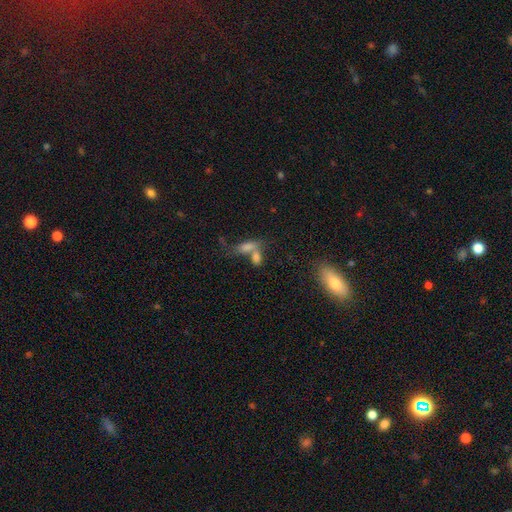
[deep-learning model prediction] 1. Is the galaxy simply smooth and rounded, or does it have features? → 66% smooth, 18% featured or disk, 16% star or artifact.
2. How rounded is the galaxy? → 63% in between, 26% cigar-shaped, 11% round.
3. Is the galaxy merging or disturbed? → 45% merger, 37% none, 11% minor disturbance, 7% major disturbance.